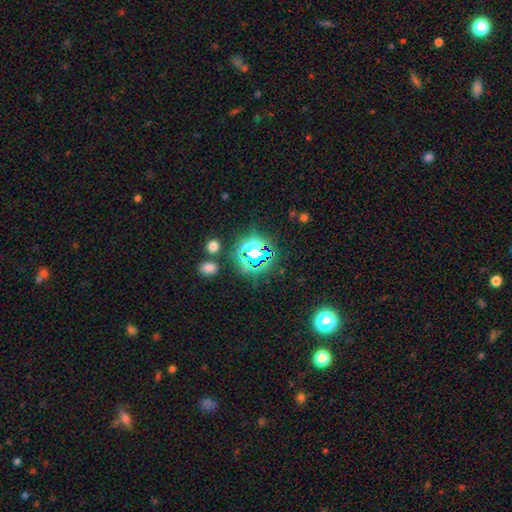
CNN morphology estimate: Overall: star or artifact (64%; smooth 26%).